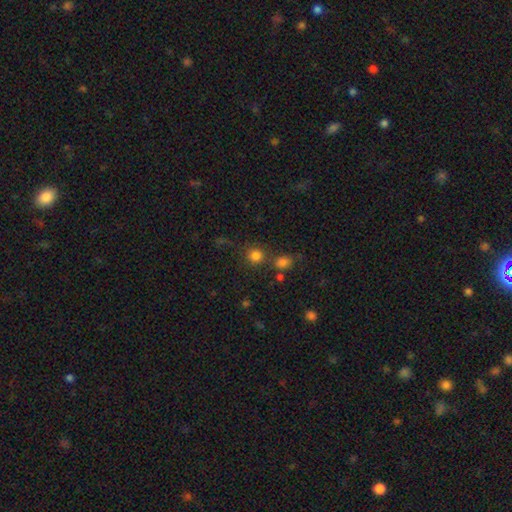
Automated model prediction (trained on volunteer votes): This is likely a smooth galaxy (79%). How rounded: clearly round (89%). Merging: likely none (70%).